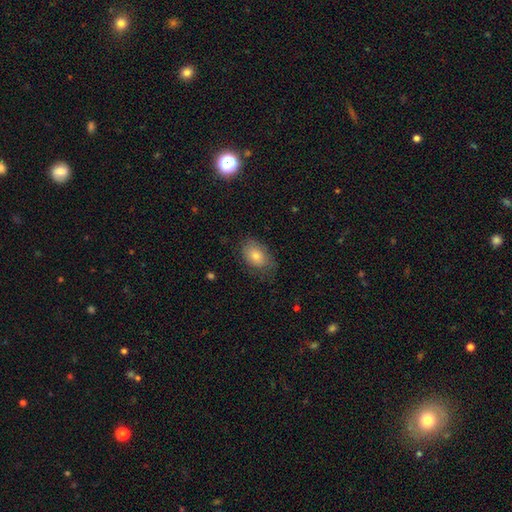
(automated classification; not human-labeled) Smooth or featured? smooth (74%)
How rounded? in between (84%)
Merging? none (68%)